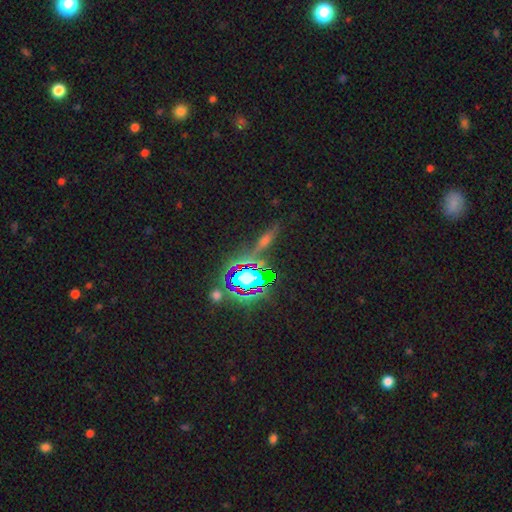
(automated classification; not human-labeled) smooth-or-featured: star or artifact: 81% | smooth: 11% | featured or disk: 8%